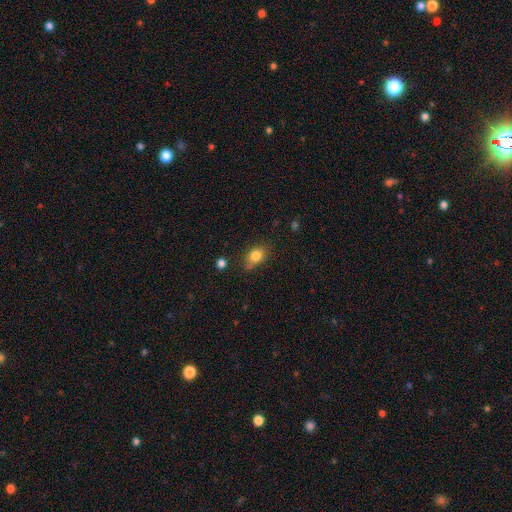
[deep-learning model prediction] The model was most divided on "merging": none: 64%, minor disturbance: 26%, major disturbance: 6%, merger: 4%. More confident: smooth or featured — smooth (83%); how rounded — in between (72%).